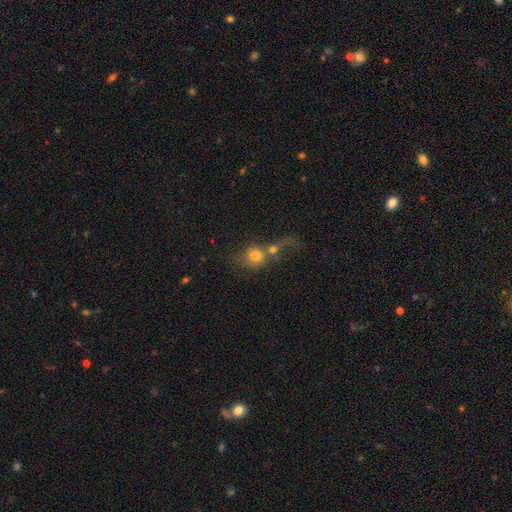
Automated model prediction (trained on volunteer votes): Smooth or featured? Predicted: smooth (p=0.71). How rounded? Predicted: round (p=0.72). Merging? Predicted: merger (p=0.63).